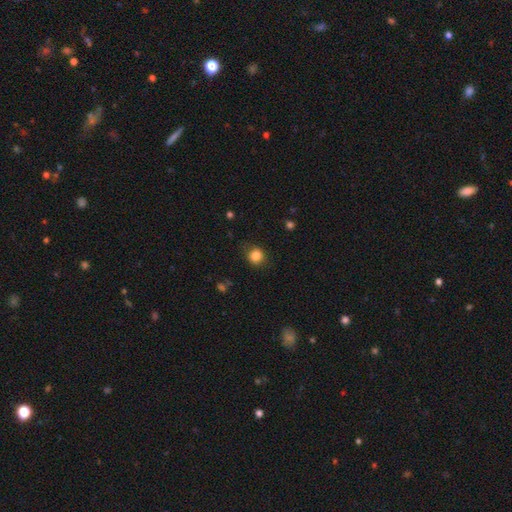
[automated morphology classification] A smooth galaxy with no disk features (84%) that is round (83%). Merging: none (82%).